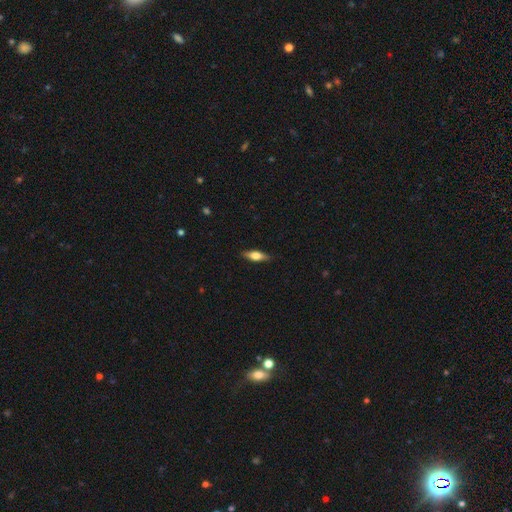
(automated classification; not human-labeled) Smooth or featured? smooth (52%)
How rounded? in between (54%)
Merging? none (86%)